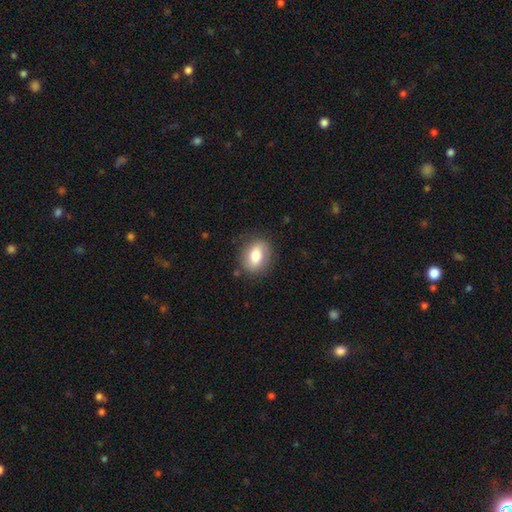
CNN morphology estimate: The model was most divided on "how rounded": in between: 64%, round: 34%, cigar-shaped: 2%. More confident: merging — none (83%); smooth or featured — smooth (72%).